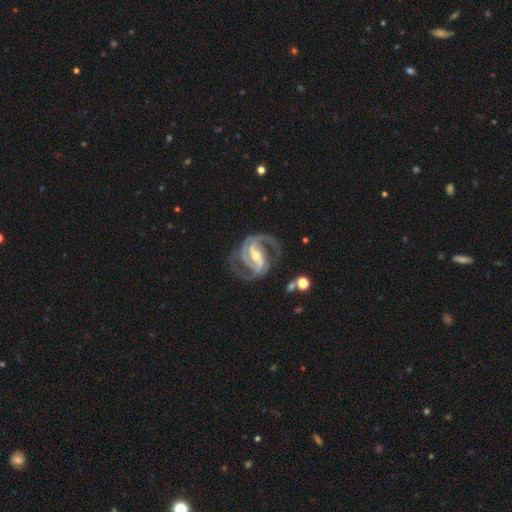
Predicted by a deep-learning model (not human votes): The model was most divided on "bulge size": moderate: 56%, small: 39%, large: 3%, none: 1%, dominant: 1%. More confident: spiral arms — yes (98%); edge-on disk — no (98%); smooth or featured — featured or disk (93%); spiral arm count — 2 (79%); merging — none (70%); bar — strong (61%); spiral winding — medium (56%).